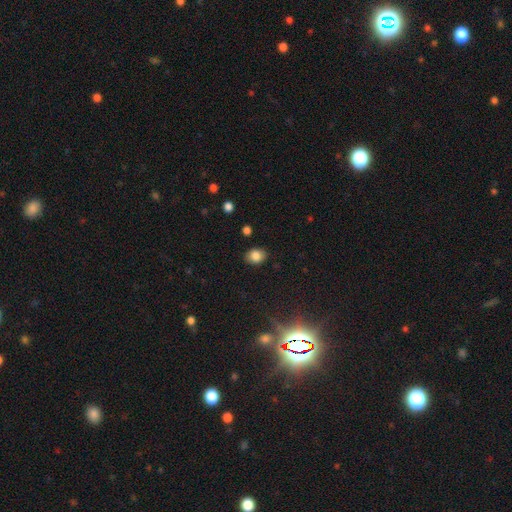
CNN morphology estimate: The model was most divided on "how rounded": in between: 58%, round: 41%, cigar-shaped: 1%. More confident: merging — none (86%); smooth or featured — smooth (84%).